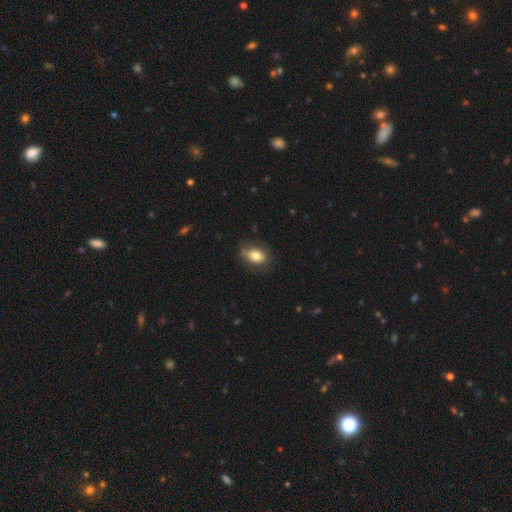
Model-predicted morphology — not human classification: smooth 78%, featured or disk 15%, star or artifact 8%. Down the decision tree: how rounded — in between (79%); merging — none (72%).